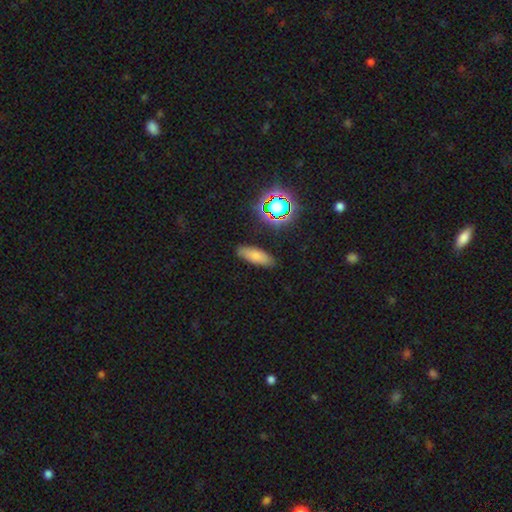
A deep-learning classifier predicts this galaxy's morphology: smooth_or_featured: smooth (p=0.74) [alt: star or artifact p=0.14]
how_rounded: in between (p=0.60) [alt: cigar-shaped p=0.37]
merging: none (p=0.86) [alt: minor disturbance p=0.10]